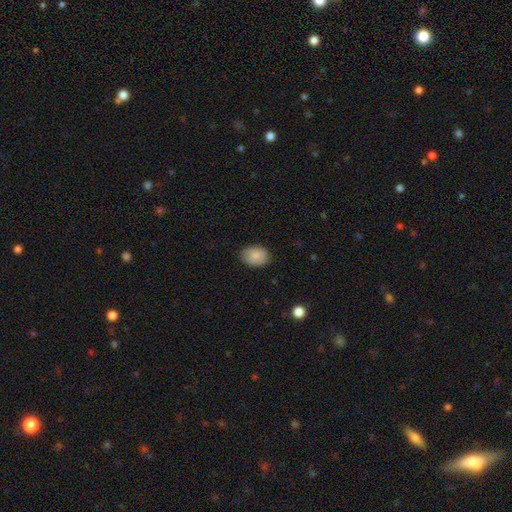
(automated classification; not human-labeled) smooth 85%, star or artifact 7%, featured or disk 7%. Down the decision tree: how rounded — in between (72%); merging — none (81%).